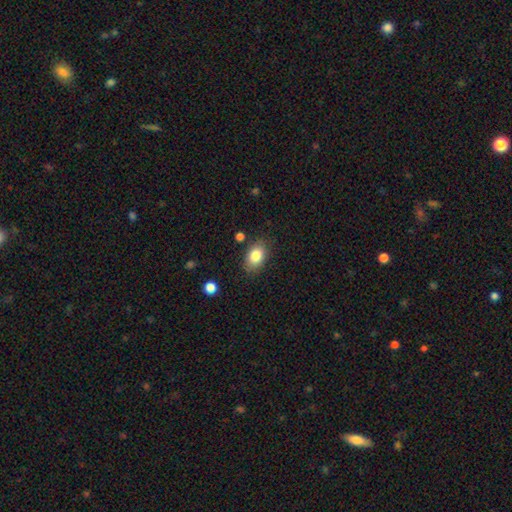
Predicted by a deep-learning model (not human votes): Smooth or featured?
  - smooth: 84% *
  - featured or disk: 8%
  - star or artifact: 8%
How rounded?
  - in between: 85% *
  - round: 14%
  - cigar-shaped: 1%
Merging?
  - none: 81% *
  - minor disturbance: 13%
  - major disturbance: 3%
  - merger: 2%